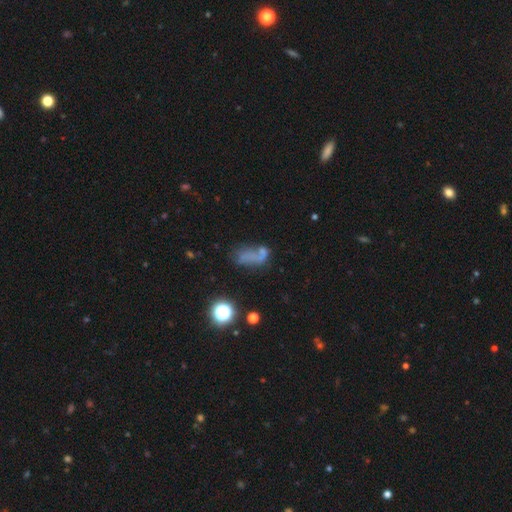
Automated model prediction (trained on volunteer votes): smooth-or-featured: smooth: 48% | featured or disk: 30% | star or artifact: 22%
  merging: none: 34% | major disturbance: 24% | merger: 24% | minor disturbance: 18%